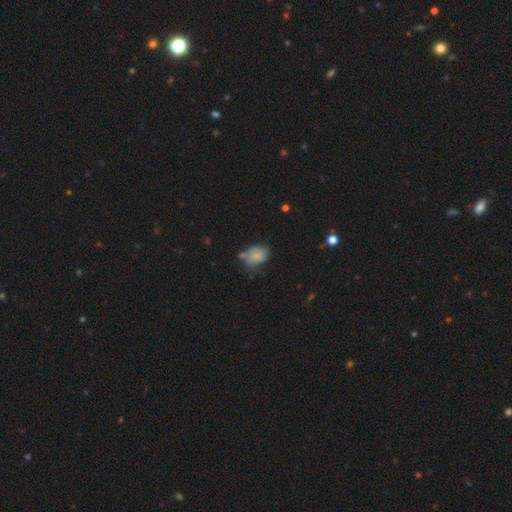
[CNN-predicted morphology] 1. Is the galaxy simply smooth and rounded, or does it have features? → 70% smooth, 20% featured or disk, 10% star or artifact.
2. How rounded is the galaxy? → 72% in between, 27% round, 1% cigar-shaped.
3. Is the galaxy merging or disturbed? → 45% none, 33% minor disturbance, 12% merger, 10% major disturbance.